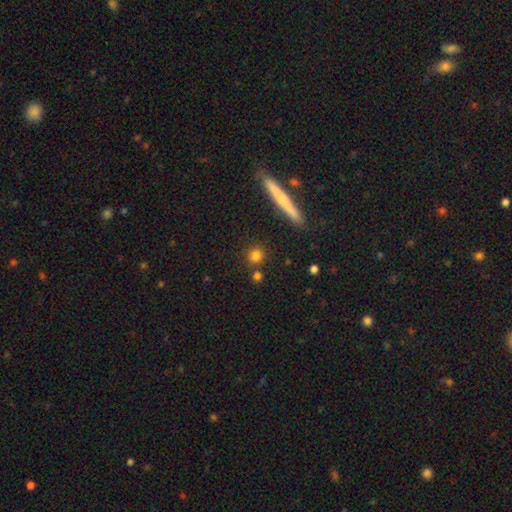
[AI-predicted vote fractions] Smooth or featured? Predicted: smooth (p=0.79). How rounded? Predicted: round (p=0.85). Merging? Predicted: none (p=0.81).